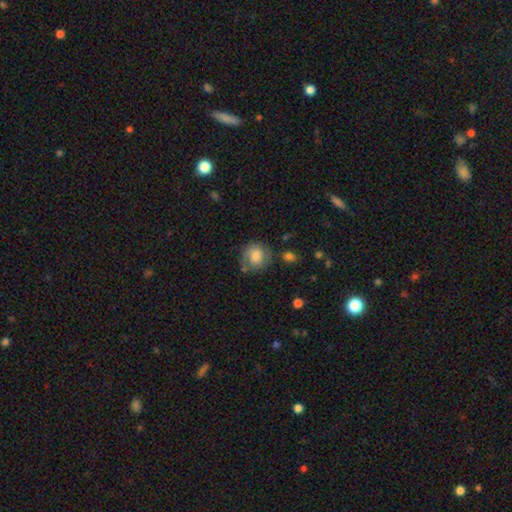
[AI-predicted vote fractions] Smooth or featured? Predicted: smooth (p=0.55). How rounded? Predicted: round (p=0.78). Merging? Predicted: none (p=0.65).